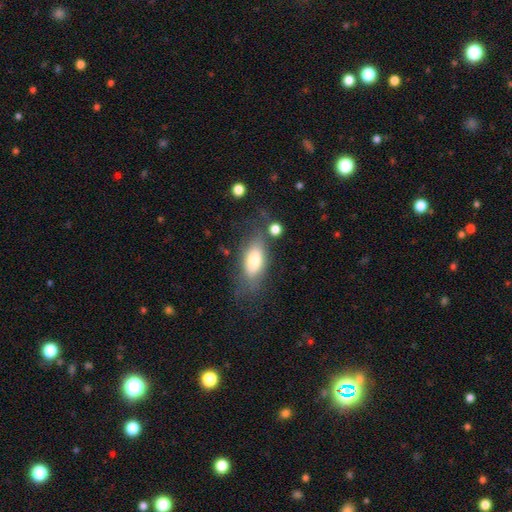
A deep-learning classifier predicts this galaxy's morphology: smooth 73%, featured or disk 20%, star or artifact 7%. Down the decision tree: how rounded — in between (83%); merging — none (60%).